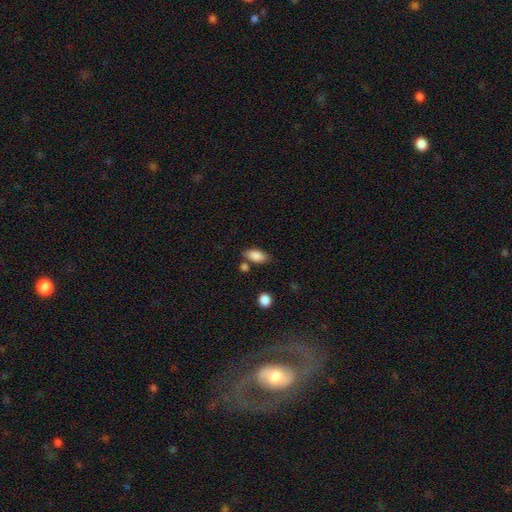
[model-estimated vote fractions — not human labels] Smooth or featured? smooth (86%)
How rounded? in between (89%)
Merging? none (70%)